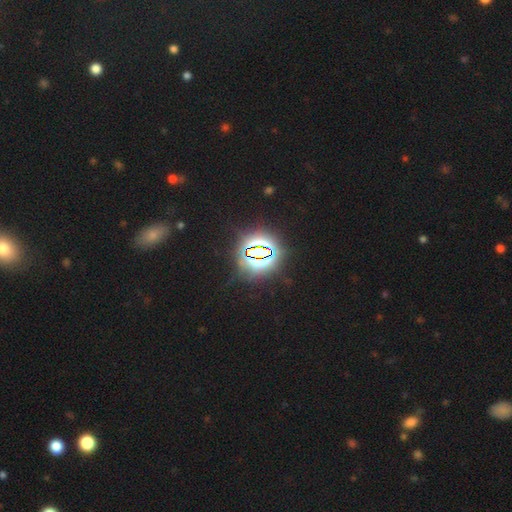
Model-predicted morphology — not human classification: Smooth or featured: star or artifact — 79% (smooth — 12%)